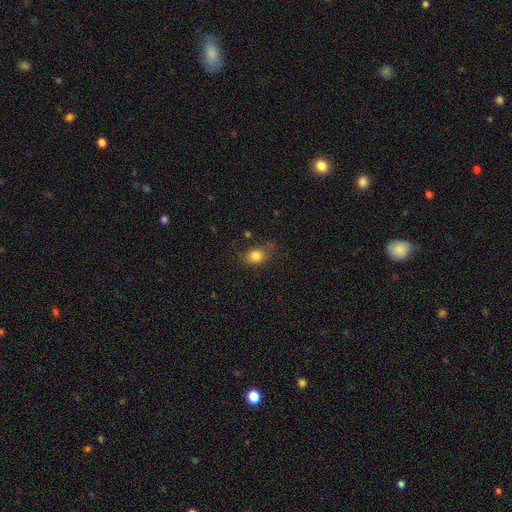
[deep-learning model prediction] Morphology: type=smooth (82%); roundness=round (50%); merging=none (69%).